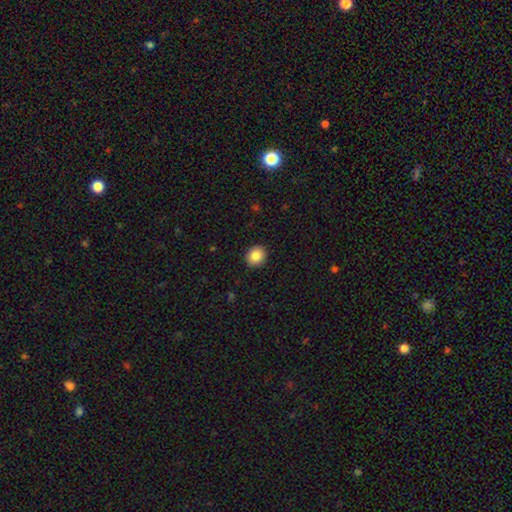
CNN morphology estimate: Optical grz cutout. It shows a smooth galaxy with no disk features (86%) that is round (83%). Merging: none (91%).